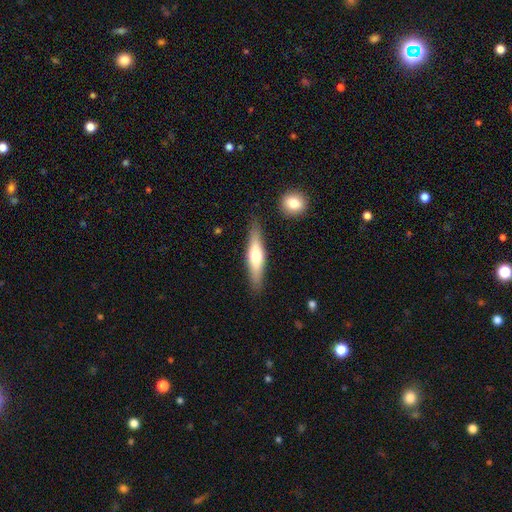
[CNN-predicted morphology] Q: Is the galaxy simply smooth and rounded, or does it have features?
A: smooth — 50%.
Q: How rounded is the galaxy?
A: cigar-shaped — 75%.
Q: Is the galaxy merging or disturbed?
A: none — 85%.